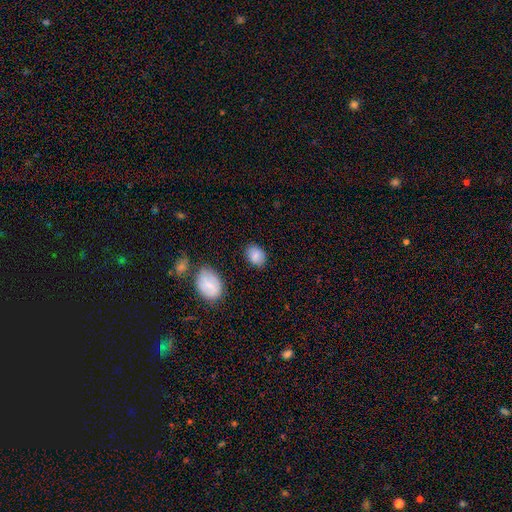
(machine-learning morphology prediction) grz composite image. It shows a smooth galaxy with no disk features (85%) that is in between round and cigar-shaped (65%). Merging: none (81%).